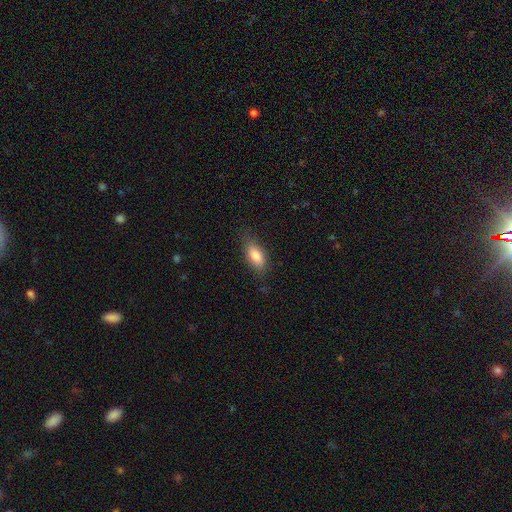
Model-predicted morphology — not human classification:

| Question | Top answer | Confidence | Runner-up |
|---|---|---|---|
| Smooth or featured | smooth | 81% | featured or disk (11%) |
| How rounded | in between | 84% | cigar-shaped (12%) |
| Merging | none | 77% | minor disturbance (18%) |